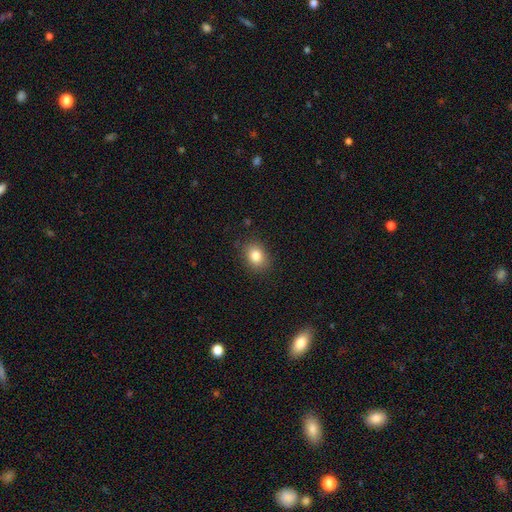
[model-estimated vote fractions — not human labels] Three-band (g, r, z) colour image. It shows a smooth galaxy with no disk features (83%) that is in between round and cigar-shaped (55%). Merging: none (86%).